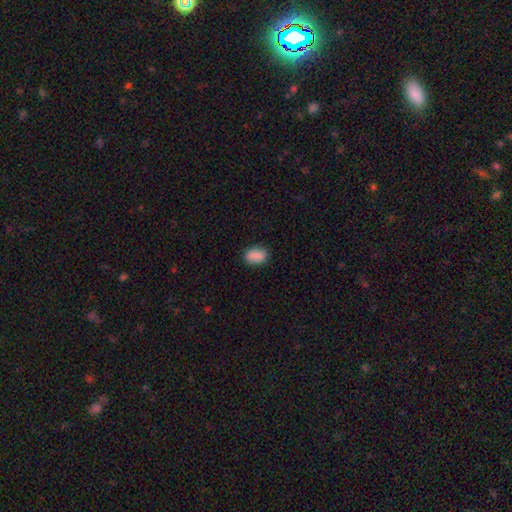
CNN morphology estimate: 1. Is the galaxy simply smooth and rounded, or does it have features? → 89% smooth, 8% star or artifact, 3% featured or disk.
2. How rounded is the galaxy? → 87% in between, 11% round, 2% cigar-shaped.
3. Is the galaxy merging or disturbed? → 88% none, 9% minor disturbance, 2% major disturbance, 1% merger.